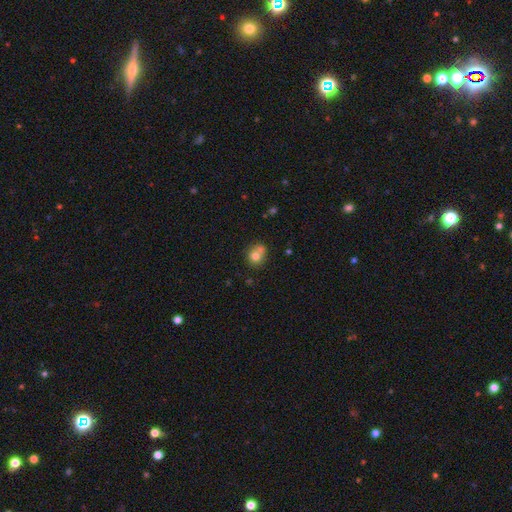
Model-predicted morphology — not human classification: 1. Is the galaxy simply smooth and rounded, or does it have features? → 74% smooth, 15% featured or disk, 11% star or artifact.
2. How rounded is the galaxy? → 76% round, 23% in between, 1% cigar-shaped.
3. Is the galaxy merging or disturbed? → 43% none, 42% merger, 11% minor disturbance, 4% major disturbance.